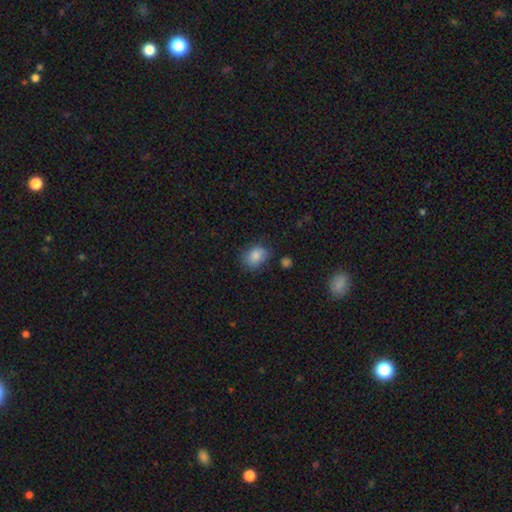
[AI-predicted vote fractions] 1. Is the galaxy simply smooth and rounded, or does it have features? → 85% smooth, 9% star or artifact, 6% featured or disk.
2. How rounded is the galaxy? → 58% in between, 41% round, 1% cigar-shaped.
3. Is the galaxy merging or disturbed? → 70% none, 21% minor disturbance, 6% major disturbance, 3% merger.